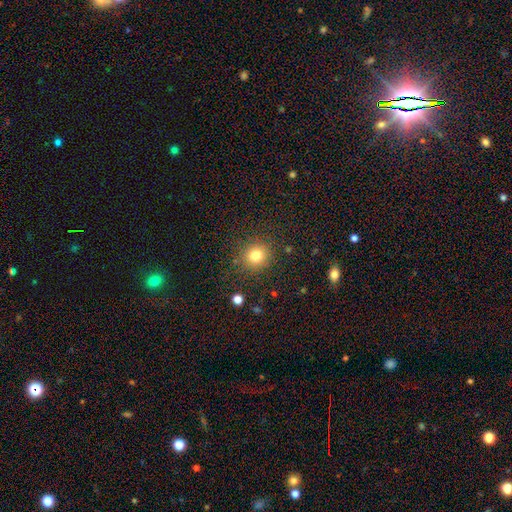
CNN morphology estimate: Smooth or featured: smooth — 79% (star or artifact — 13%)
How rounded: round — 89% (in between — 10%)
Merging: none — 86% (minor disturbance — 8%)